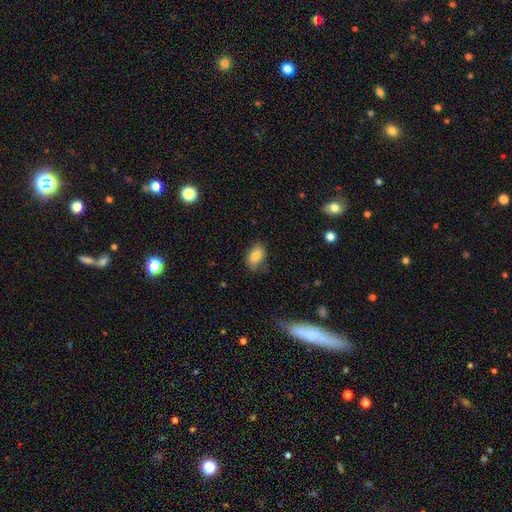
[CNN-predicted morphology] smooth 79%, featured or disk 13%, star or artifact 8%. Down the decision tree: how rounded — in between (88%); merging — none (71%).